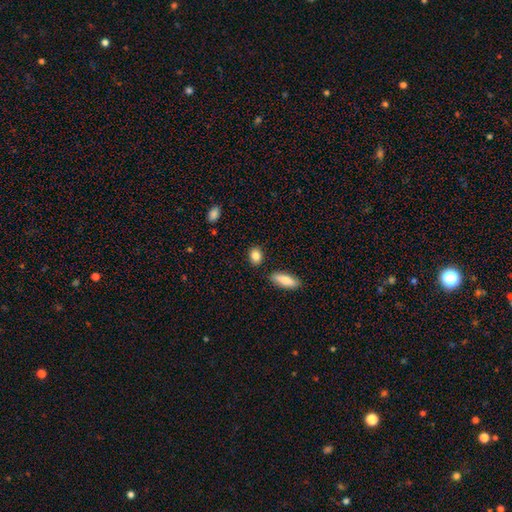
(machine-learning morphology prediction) Smooth or featured? smooth (86%)
How rounded? in between (62%)
Merging? none (84%)